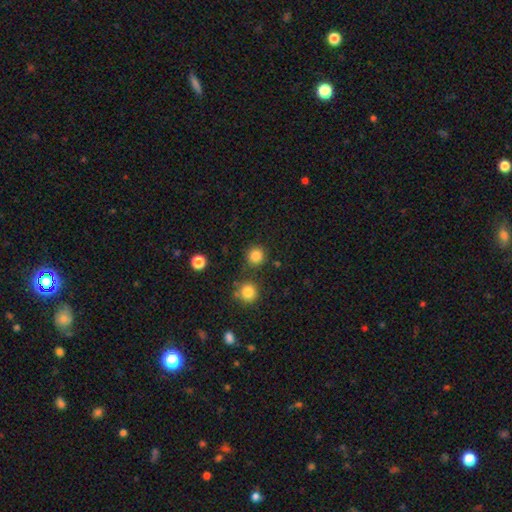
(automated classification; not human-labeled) smooth-or-featured: smooth: 83% | star or artifact: 13% | featured or disk: 4%
  how-rounded: round: 94% | in between: 5% | cigar-shaped: 1%
  merging: none: 84% | minor disturbance: 7% | merger: 6% | major disturbance: 3%